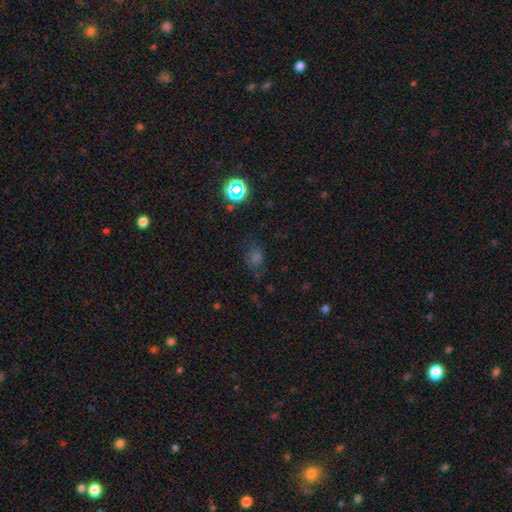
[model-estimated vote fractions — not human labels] A smooth galaxy with no disk features (55%) that is round (54%). Merging: none (73%).